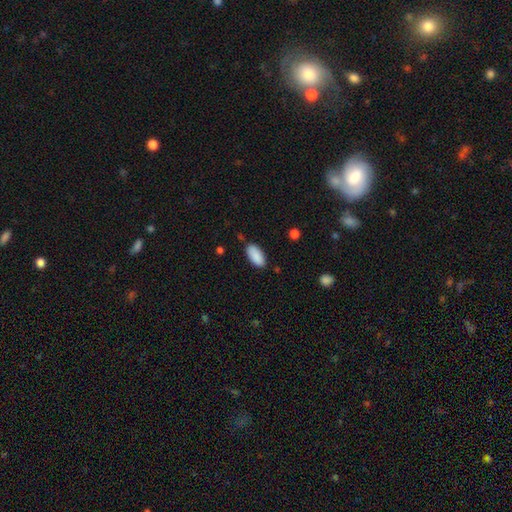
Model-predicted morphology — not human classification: Overall: smooth (90%). How rounded: in between (91%). Merging: none (85%).